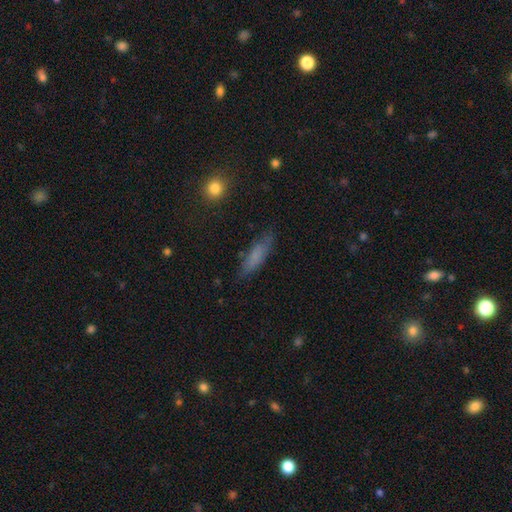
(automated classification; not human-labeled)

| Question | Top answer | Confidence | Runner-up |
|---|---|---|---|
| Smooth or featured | smooth | 72% | featured or disk (19%) |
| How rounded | cigar-shaped | 66% | in between (32%) |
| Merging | none | 77% | minor disturbance (17%) |